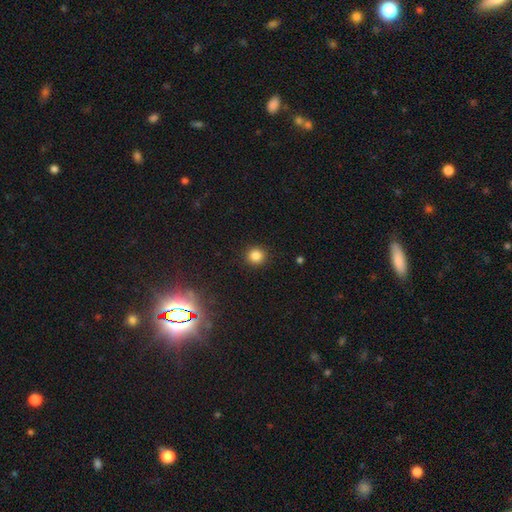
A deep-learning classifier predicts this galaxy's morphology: This is clearly a smooth galaxy (83%). How rounded: clearly round (92%). Merging: clearly none (92%).